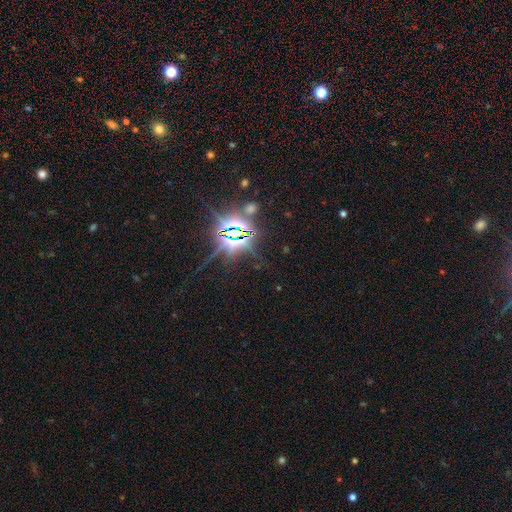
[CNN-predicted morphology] Q: Smooth or featured?
A: star or artifact (86%); runner-up: featured or disk (7%)